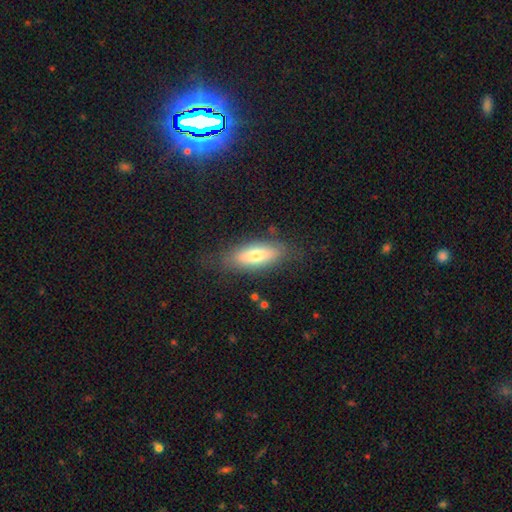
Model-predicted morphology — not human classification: Q: Smooth or featured?
A: smooth (69%); runner-up: featured or disk (24%)
Q: How rounded?
A: in between (71%); runner-up: cigar-shaped (27%)
Q: Merging?
A: none (78%); runner-up: minor disturbance (15%)